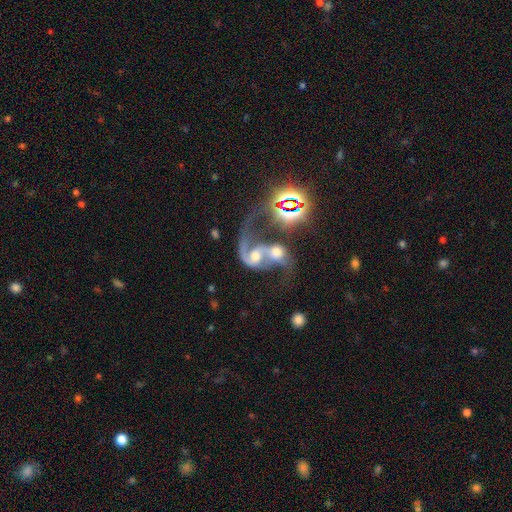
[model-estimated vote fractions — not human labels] Morphology: type=featured or disk (71%); edge-on=no (97%); bar=no (59%); spiral arms=yes (84%); winding=loose (66%); arm count=2 (55%); bulge=moderate (56%); merging=merger (77%).